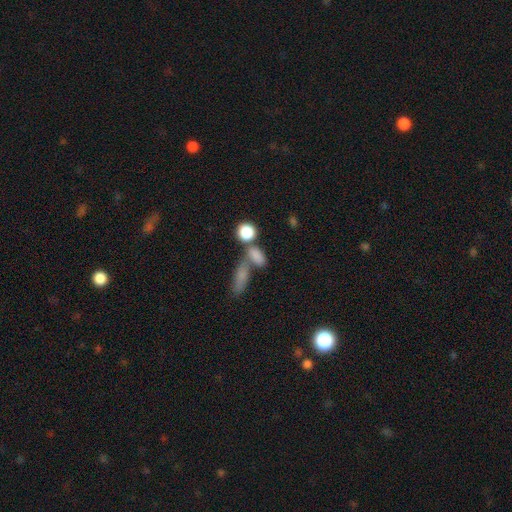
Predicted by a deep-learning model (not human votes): Smooth or featured?
  - smooth: 79% *
  - star or artifact: 11%
  - featured or disk: 11%
How rounded?
  - in between: 61% *
  - round: 24%
  - cigar-shaped: 15%
Merging?
  - none: 45% *
  - merger: 37%
  - minor disturbance: 11%
  - major disturbance: 7%